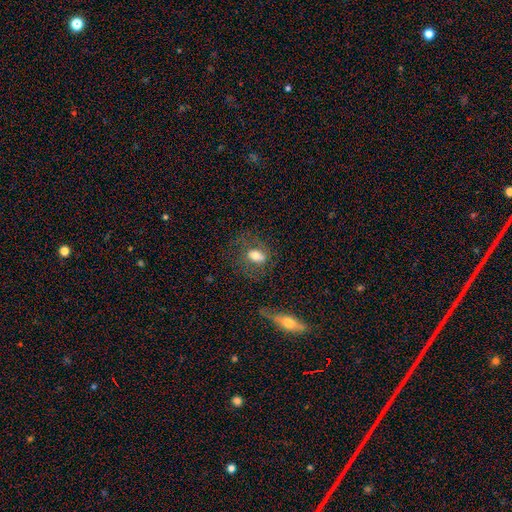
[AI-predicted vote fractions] This appears to be a smooth galaxy with no disk features (57%) that is in between round and cigar-shaped (68%). Merging: none (57%).